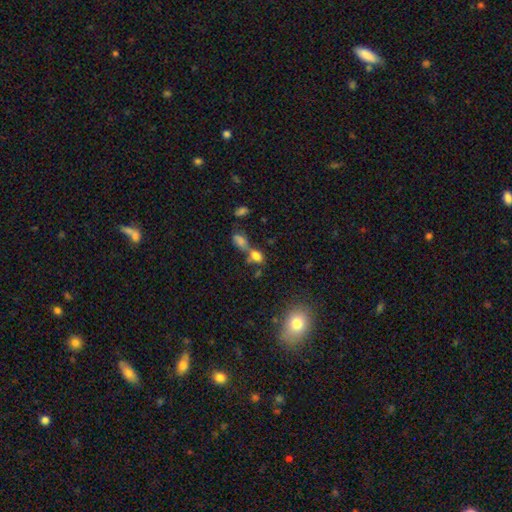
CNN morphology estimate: Q: Smooth or featured?
A: smooth (73%); runner-up: star or artifact (15%)
Q: How rounded?
A: in between (73%); runner-up: round (21%)
Q: Merging?
A: merger (51%); runner-up: none (33%)